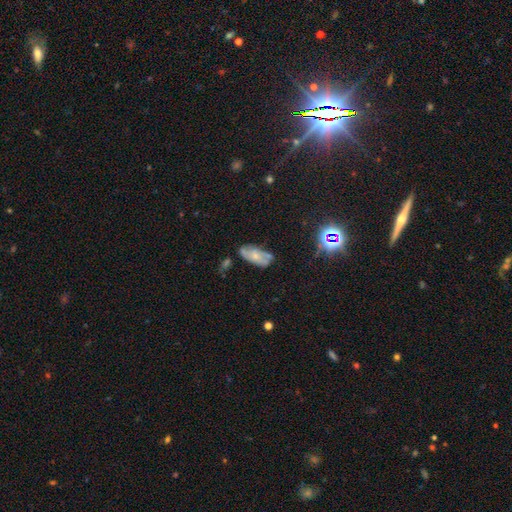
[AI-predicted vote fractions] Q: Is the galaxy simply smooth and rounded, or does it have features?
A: smooth — 47%.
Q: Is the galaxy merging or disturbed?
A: none — 53%.